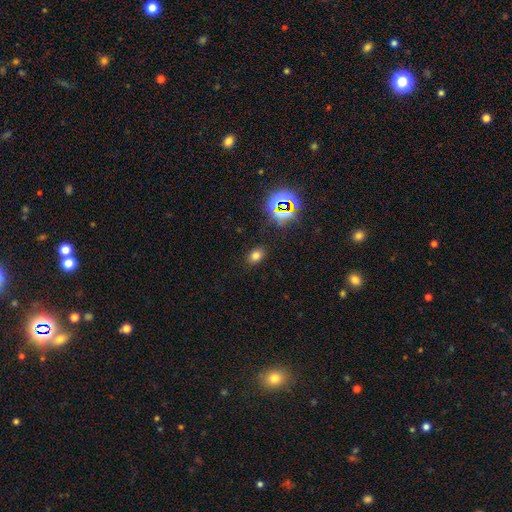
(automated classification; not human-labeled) smooth-or-featured: smooth: 69% | star or artifact: 22% | featured or disk: 8%
  how-rounded: in between: 70% | round: 29% | cigar-shaped: 1%
  merging: none: 85% | minor disturbance: 10% | major disturbance: 3% | merger: 2%